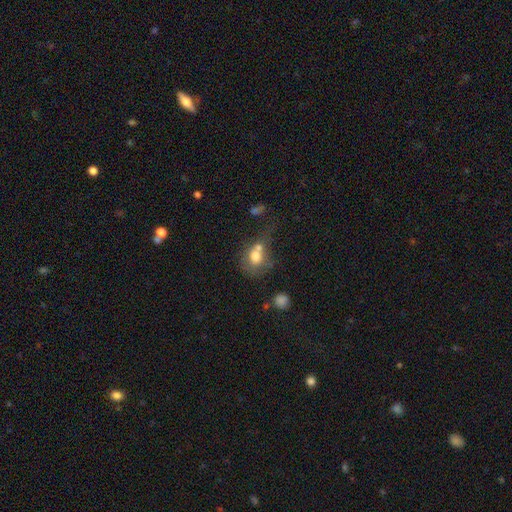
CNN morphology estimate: Smooth or featured: smooth — 71% (featured or disk — 19%)
How rounded: round — 64% (in between — 35%)
Merging: merger — 50% (none — 26%)